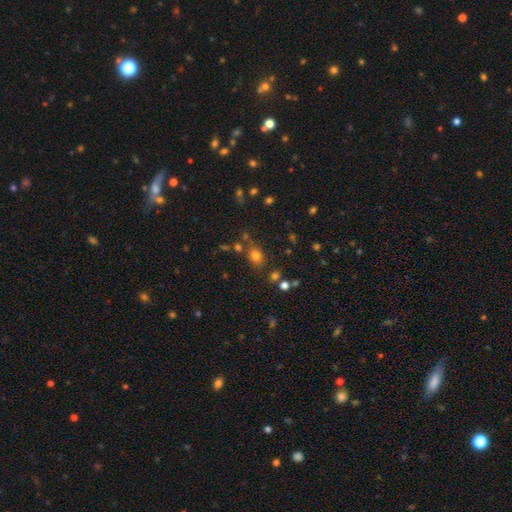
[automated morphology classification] smooth_or_featured: smooth (p=0.72) [alt: star or artifact p=0.19]
how_rounded: in between (p=0.50) [alt: round p=0.49]
merging: none (p=0.68) [alt: minor disturbance p=0.15]